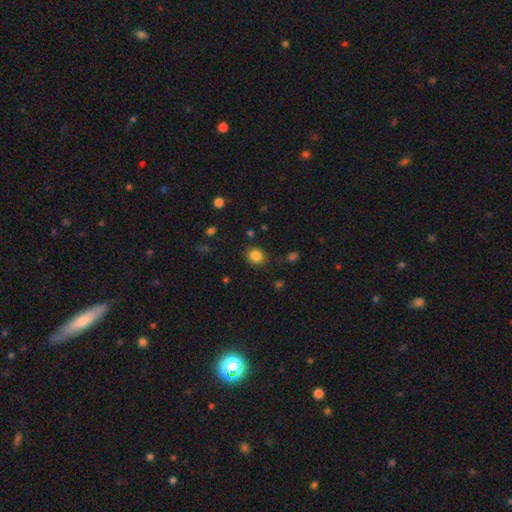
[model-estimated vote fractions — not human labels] smooth-or-featured: smooth: 84% | star or artifact: 12% | featured or disk: 4%
  how-rounded: round: 84% | in between: 15% | cigar-shaped: 1%
  merging: none: 85% | minor disturbance: 10% | major disturbance: 3% | merger: 2%